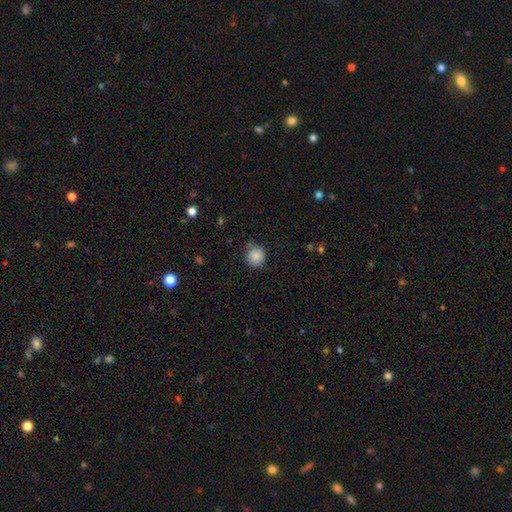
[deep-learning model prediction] smooth-or-featured: smooth: 87% | star or artifact: 9% | featured or disk: 4%
  how-rounded: round: 90% | in between: 9% | cigar-shaped: 1%
  merging: none: 75% | minor disturbance: 20% | major disturbance: 4% | merger: 2%